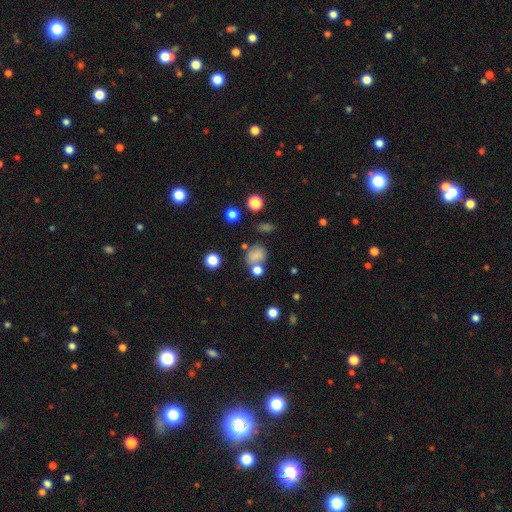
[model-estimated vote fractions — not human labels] Q: Smooth or featured?
A: smooth (75%); runner-up: star or artifact (16%)
Q: How rounded?
A: round (56%); runner-up: in between (42%)
Q: Merging?
A: none (52%); runner-up: merger (21%)